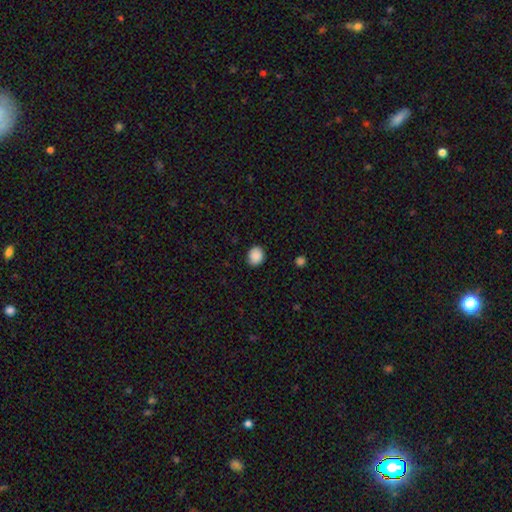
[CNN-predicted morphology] A smooth galaxy with no disk features (89%) that is round (61%).

Vote fractions:
- Smooth or featured? smooth: 89% / star or artifact: 8% / featured or disk: 3%
- How rounded? round: 61% / in between: 38% / cigar-shaped: 1%
- Merging? none: 88% / minor disturbance: 9% / major disturbance: 2% / merger: 1%